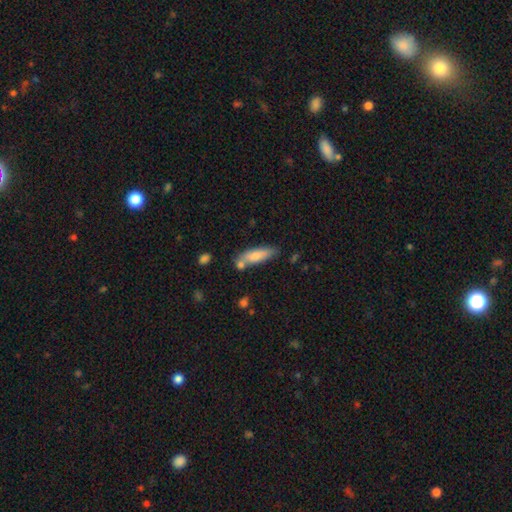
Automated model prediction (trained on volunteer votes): Overall: smooth (78%). How rounded: cigar-shaped (58%; in between 40%). Merging: none (62%).